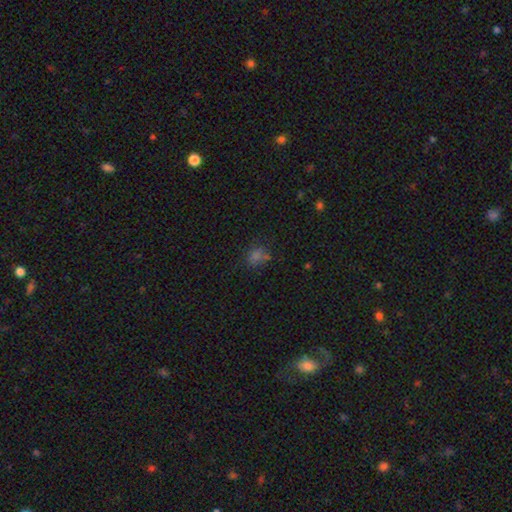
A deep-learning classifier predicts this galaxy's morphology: A smooth galaxy with no disk features (57%) that is round (59%). Merging: none (64%).